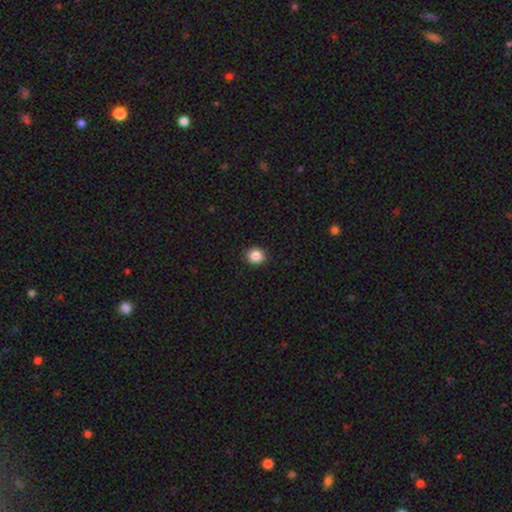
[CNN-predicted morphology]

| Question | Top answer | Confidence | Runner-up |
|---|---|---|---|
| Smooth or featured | smooth | 87% | star or artifact (10%) |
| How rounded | round | 78% | in between (21%) |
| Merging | none | 90% | minor disturbance (7%) |